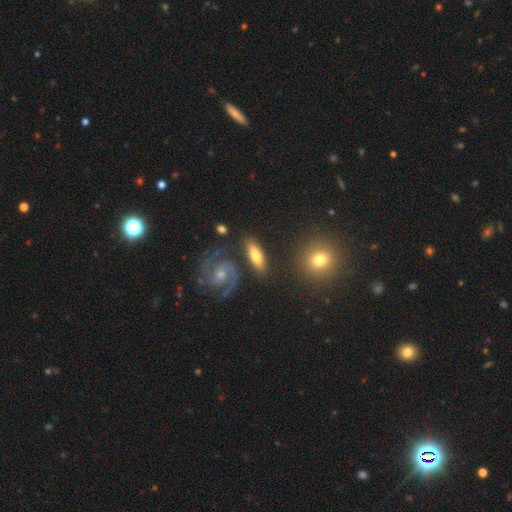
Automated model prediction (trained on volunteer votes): A smooth galaxy with no disk features (57%) that is in between round and cigar-shaped (53%).

Vote fractions:
- Smooth or featured? smooth: 57% / featured or disk: 36% / star or artifact: 7%
- How rounded? in between: 53% / cigar-shaped: 42% / round: 6%
- Merging? none: 80% / minor disturbance: 11% / merger: 5% / major disturbance: 4%